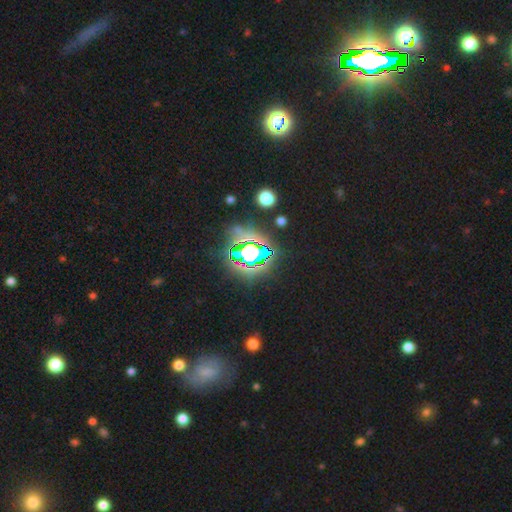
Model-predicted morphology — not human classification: smooth-or-featured: star or artifact: 73% | smooth: 15% | featured or disk: 11%